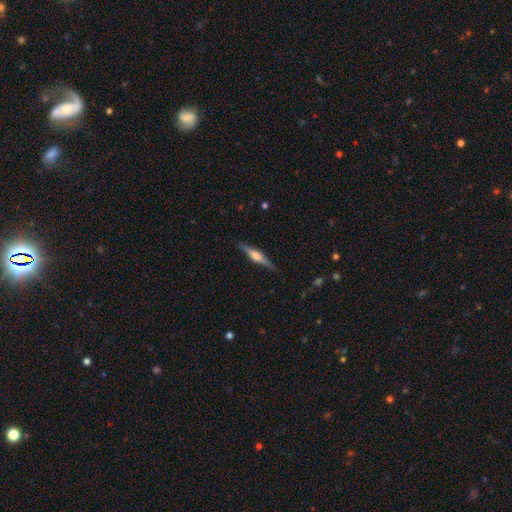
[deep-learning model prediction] This appears to be a featured or disk galaxy (68%) viewed edge-on (98%) with a rounded central bulge (85%). Merging: none (87%).